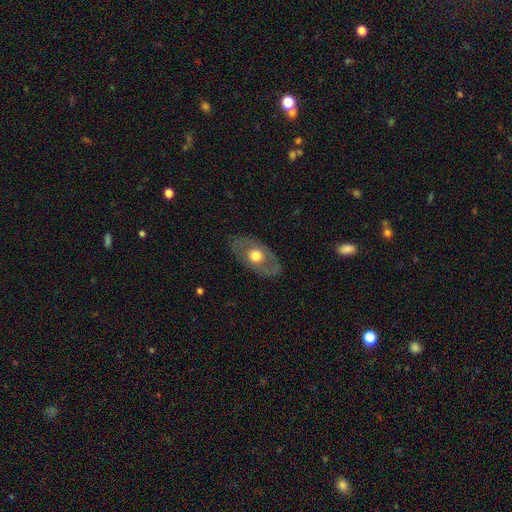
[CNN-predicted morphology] Q: Smooth or featured?
A: featured or disk (50%); runner-up: smooth (44%)
Q: Edge-on disk?
A: no (85%); runner-up: yes (15%)
Q: Merging?
A: none (80%); runner-up: minor disturbance (14%)